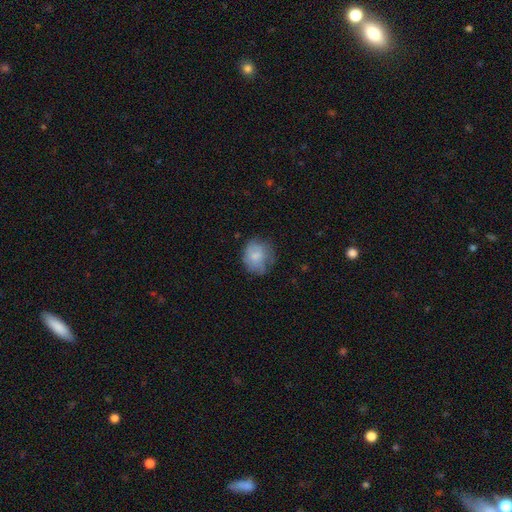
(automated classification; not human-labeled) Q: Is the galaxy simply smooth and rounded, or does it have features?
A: smooth — 73%.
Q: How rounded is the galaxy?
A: round — 68%.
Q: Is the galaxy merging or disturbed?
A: none — 60%.